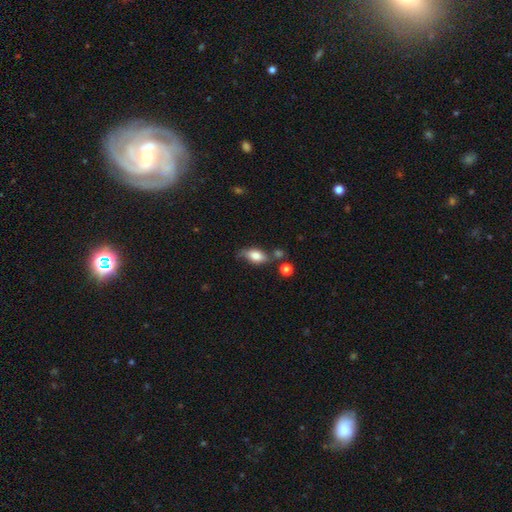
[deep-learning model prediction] smooth_or_featured: smooth (p=0.76) [alt: featured or disk p=0.16]
how_rounded: in between (p=0.86) [alt: round p=0.09]
merging: none (p=0.57) [alt: minor disturbance p=0.25]